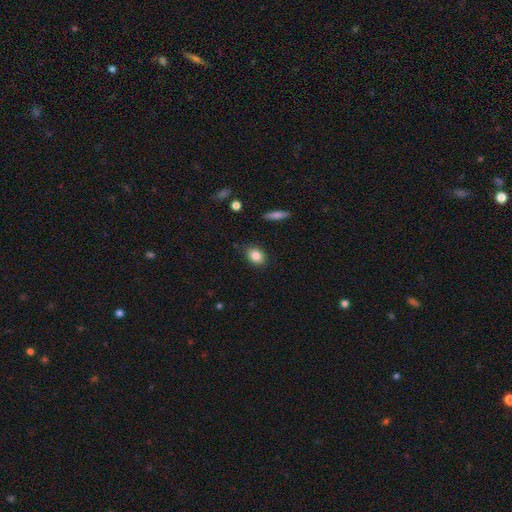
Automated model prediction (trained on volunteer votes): This is clearly a smooth galaxy (84%). How rounded: likely in between (71%). Merging: clearly none (83%).